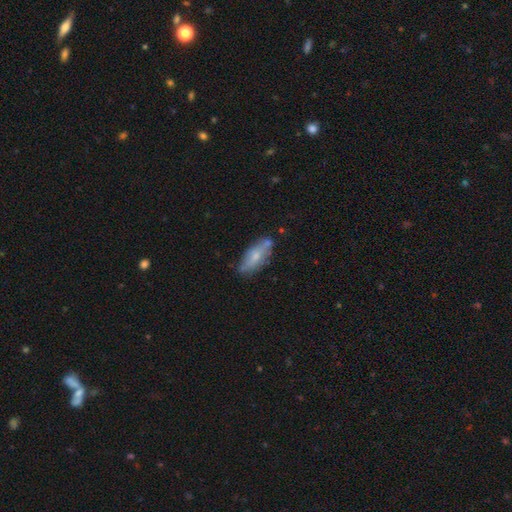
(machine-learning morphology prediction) Q: Smooth or featured?
A: smooth (58%); runner-up: featured or disk (35%)
Q: How rounded?
A: in between (67%); runner-up: cigar-shaped (30%)
Q: Merging?
A: none (64%); runner-up: minor disturbance (23%)